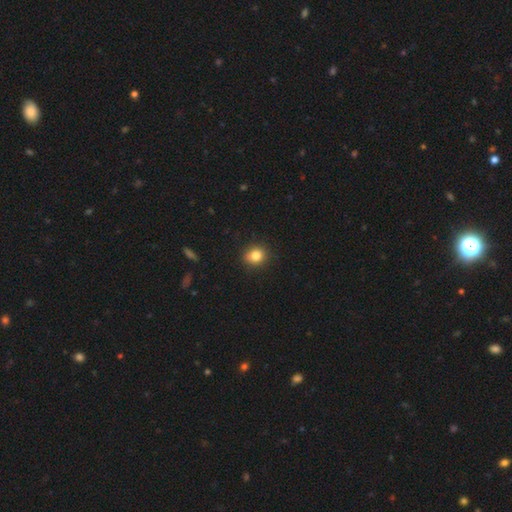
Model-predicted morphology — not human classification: Smooth or featured? Predicted: smooth (p=0.83). How rounded? Predicted: round (p=0.76). Merging? Predicted: none (p=0.89).